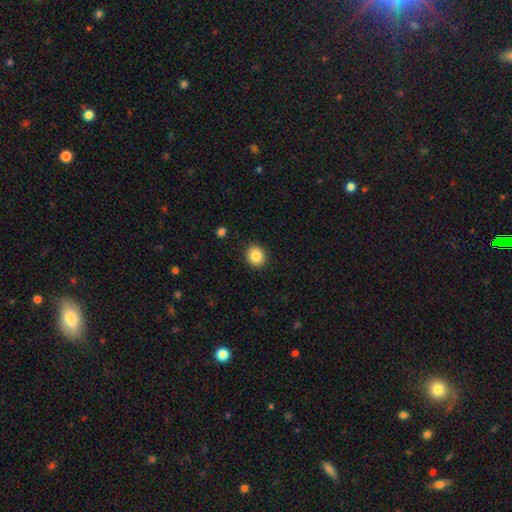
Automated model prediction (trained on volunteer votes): Smooth or featured? Predicted: smooth (p=0.86). How rounded? Predicted: round (p=0.72). Merging? Predicted: none (p=0.90).